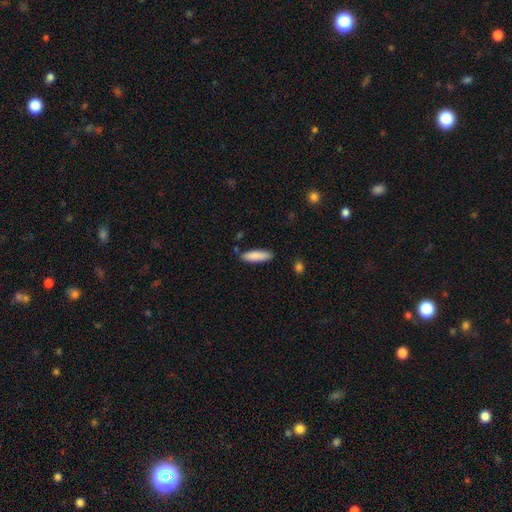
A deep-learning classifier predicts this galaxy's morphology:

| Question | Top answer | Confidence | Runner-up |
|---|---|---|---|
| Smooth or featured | smooth | 87% | featured or disk (7%) |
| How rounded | cigar-shaped | 58% | in between (40%) |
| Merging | none | 84% | minor disturbance (11%) |